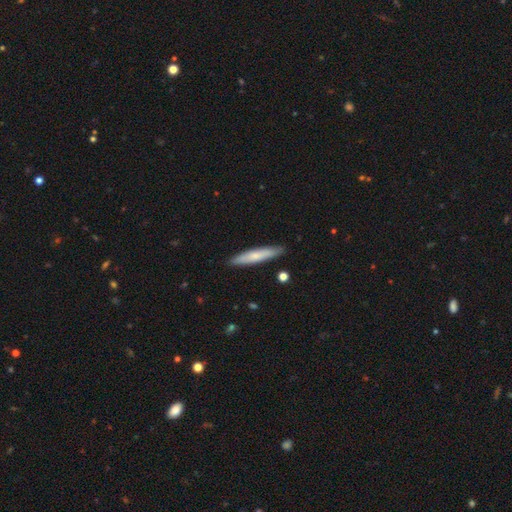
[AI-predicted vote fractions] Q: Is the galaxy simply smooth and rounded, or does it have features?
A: smooth — 67%.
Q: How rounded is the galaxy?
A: cigar-shaped — 91%.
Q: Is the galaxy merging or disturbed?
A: none — 89%.